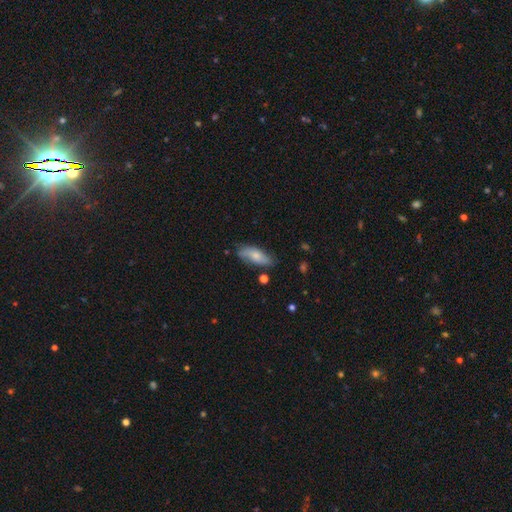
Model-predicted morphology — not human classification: type=smooth (66%); roundness=in between (74%); merging=none (69%).